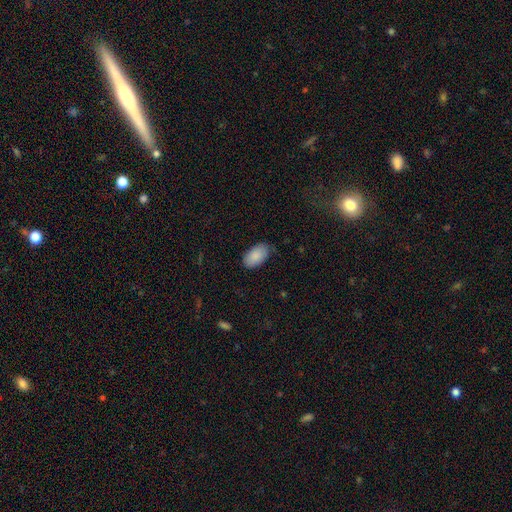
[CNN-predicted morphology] type=smooth (89%); roundness=in between (95%); merging=none (81%).